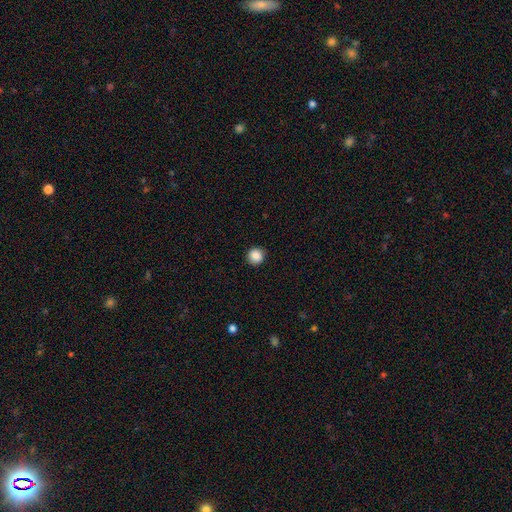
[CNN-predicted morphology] Q: Smooth or featured?
A: smooth (88%); runner-up: star or artifact (9%)
Q: How rounded?
A: round (92%); runner-up: in between (7%)
Q: Merging?
A: none (90%); runner-up: minor disturbance (7%)